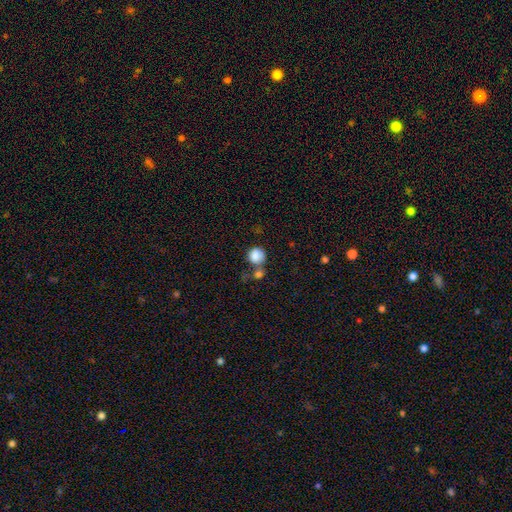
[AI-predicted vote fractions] smooth_or_featured: smooth (p=0.86) [alt: star or artifact p=0.08]
how_rounded: round (p=0.86) [alt: in between p=0.13]
merging: none (p=0.50) [alt: merger p=0.30]